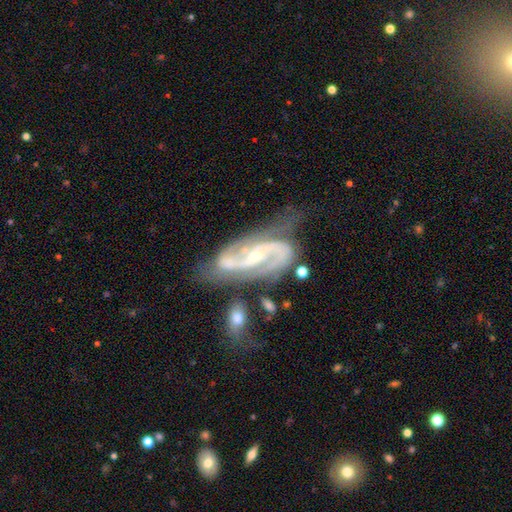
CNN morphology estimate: Smooth or featured? Predicted: featured or disk (p=0.91). Edge-on disk? Predicted: no (p=0.96). Bar? Predicted: weak (p=0.38). Spiral arms? Predicted: yes (p=0.98). Spiral winding? Predicted: medium (p=0.55). Spiral arm count? Predicted: 2 (p=0.86). Bulge size? Predicted: small (p=0.68). Merging? Predicted: none (p=0.49).